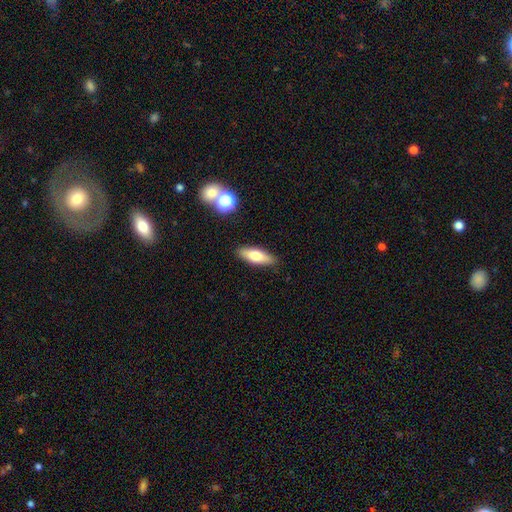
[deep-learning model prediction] Smooth or featured? smooth (69%)
How rounded? in between (57%)
Merging? none (87%)